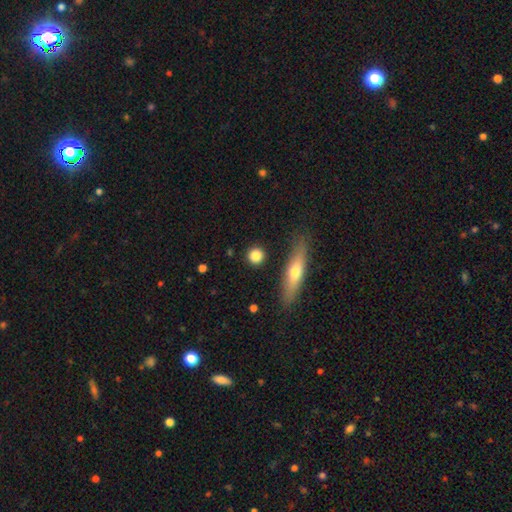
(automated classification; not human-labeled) Q: Smooth or featured?
A: smooth (81%); runner-up: featured or disk (11%)
Q: How rounded?
A: round (85%); runner-up: in between (9%)
Q: Merging?
A: none (87%); runner-up: minor disturbance (7%)